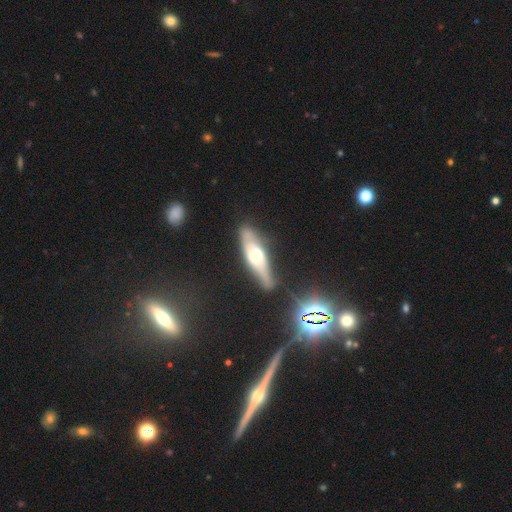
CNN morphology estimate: Smooth or featured?
  - featured or disk: 61% *
  - smooth: 30%
  - star or artifact: 9%
Edge-on disk?
  - yes: 70% *
  - no: 30%
Merging?
  - none: 70% *
  - minor disturbance: 20%
  - major disturbance: 7%
  - merger: 4%